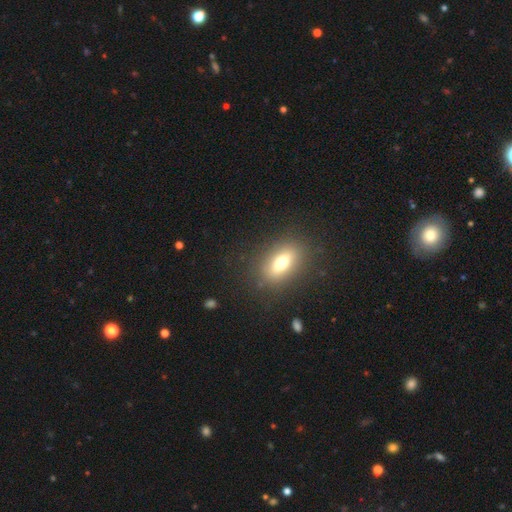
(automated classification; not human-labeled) Overall: smooth (62%; star or artifact 25%). How rounded: in between (75%). Merging: none (88%).